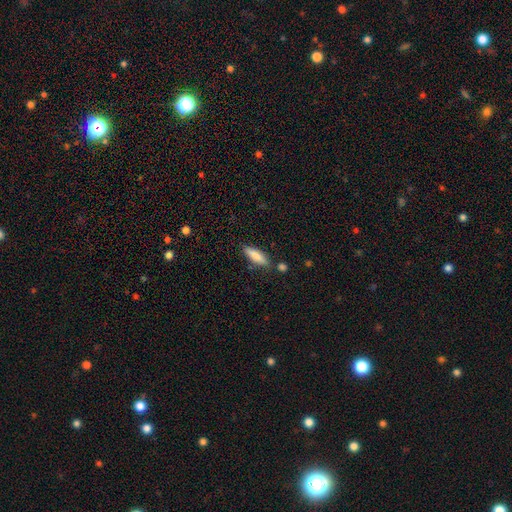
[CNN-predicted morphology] type=smooth (83%); roundness=cigar-shaped (55%); merging=none (78%).